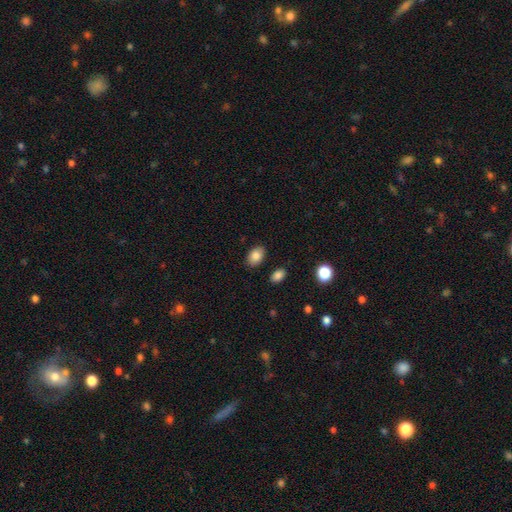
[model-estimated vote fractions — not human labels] smooth-or-featured: smooth: 86% | star or artifact: 8% | featured or disk: 6%
  how-rounded: in between: 85% | round: 14% | cigar-shaped: 1%
  merging: none: 86% | minor disturbance: 9% | major disturbance: 2% | merger: 2%